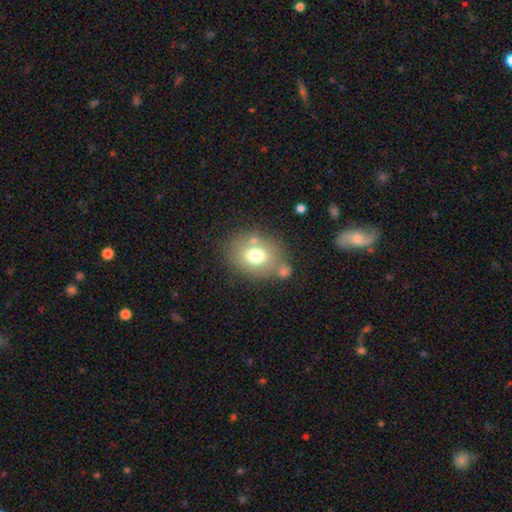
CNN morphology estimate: Overall: smooth (69%). How rounded: in between (53%; round 46%). Merging: none (62%).